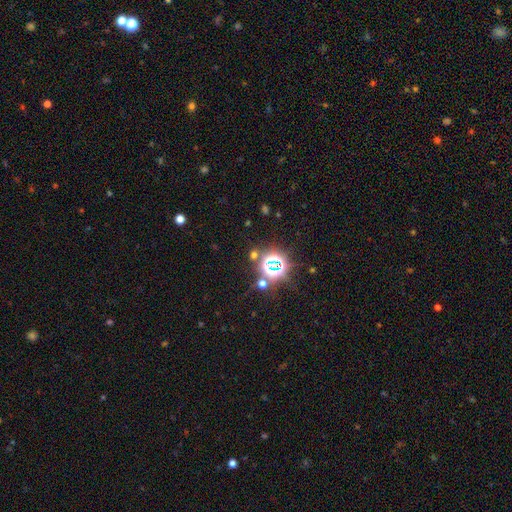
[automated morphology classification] Q: Smooth or featured?
A: star or artifact (75%); runner-up: smooth (17%)